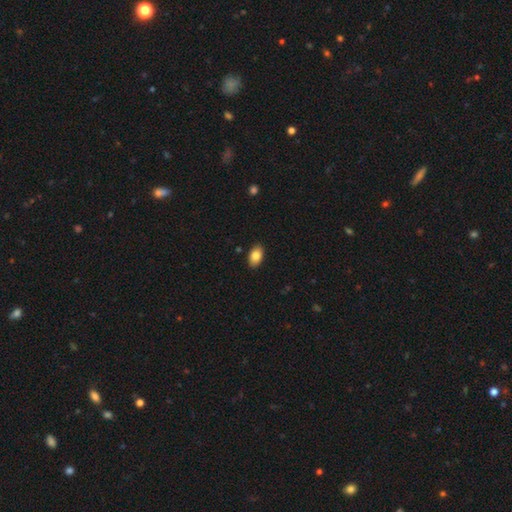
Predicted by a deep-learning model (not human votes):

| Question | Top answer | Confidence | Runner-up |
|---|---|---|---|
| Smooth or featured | smooth | 85% | featured or disk (8%) |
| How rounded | in between | 92% | round (7%) |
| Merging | none | 89% | minor disturbance (8%) |